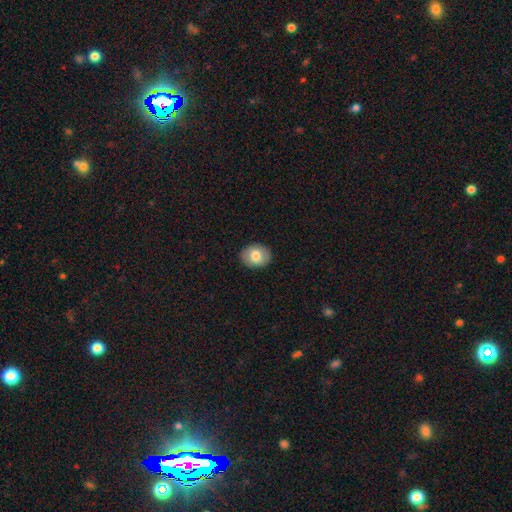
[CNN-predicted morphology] smooth 76%, featured or disk 17%, star or artifact 7%. Down the decision tree: how rounded — in between (55%); merging — none (89%).